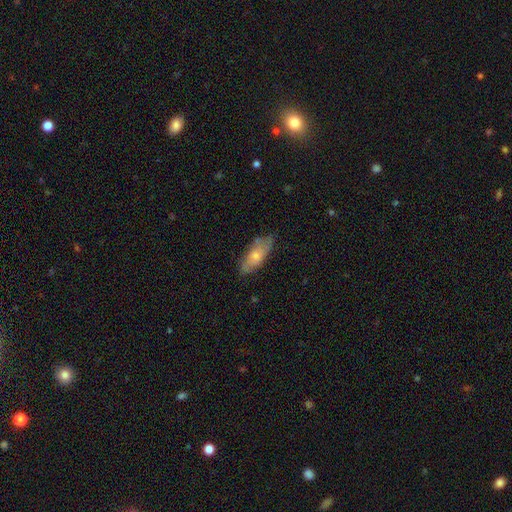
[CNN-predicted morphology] This appears to be a smooth galaxy with no disk features (47%). Merging: none (76%).